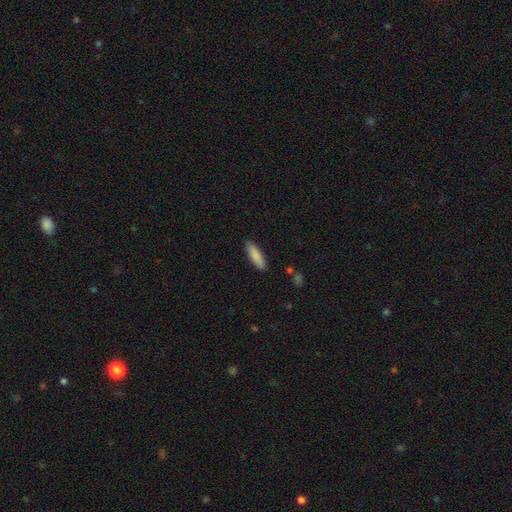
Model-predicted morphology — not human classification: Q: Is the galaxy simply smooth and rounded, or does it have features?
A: smooth — 87%.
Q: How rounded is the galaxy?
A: cigar-shaped — 58%.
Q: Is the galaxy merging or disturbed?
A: none — 87%.